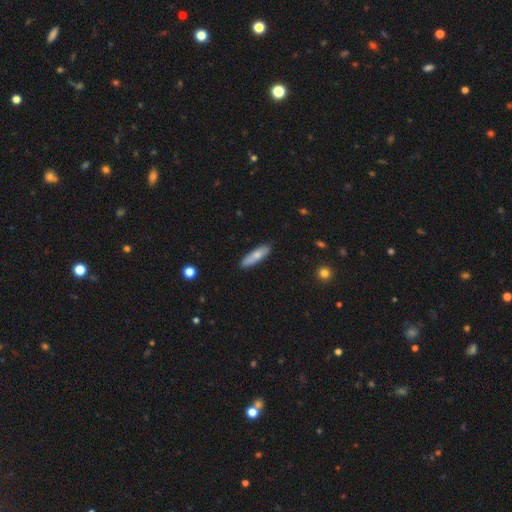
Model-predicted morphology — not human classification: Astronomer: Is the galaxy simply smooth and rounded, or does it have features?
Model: smooth — 72%.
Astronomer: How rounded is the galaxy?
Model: cigar-shaped — 66%.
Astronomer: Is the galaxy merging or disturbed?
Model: none — 85%.